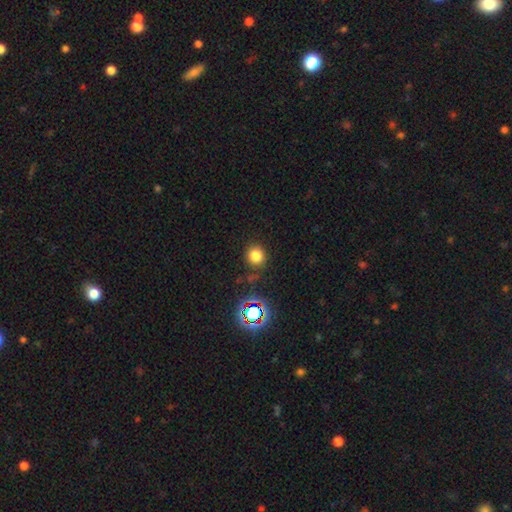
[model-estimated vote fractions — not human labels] Q: Smooth or featured?
A: smooth (77%); runner-up: star or artifact (17%)
Q: How rounded?
A: round (89%); runner-up: in between (10%)
Q: Merging?
A: none (86%); runner-up: minor disturbance (8%)